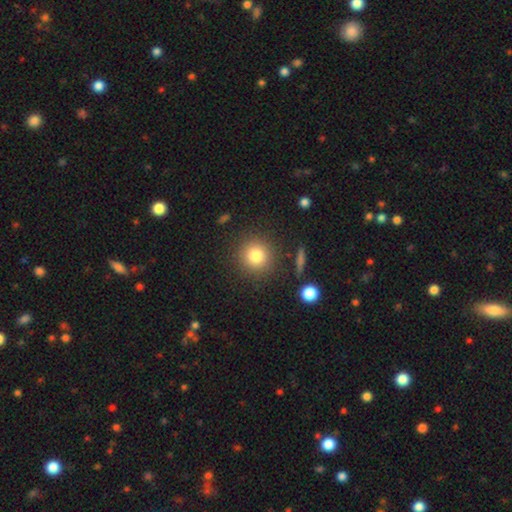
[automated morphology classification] Smooth or featured? Predicted: smooth (p=0.81). How rounded? Predicted: round (p=0.92). Merging? Predicted: none (p=0.88).